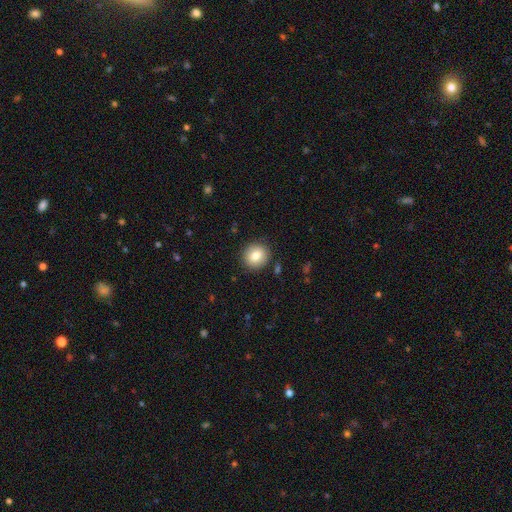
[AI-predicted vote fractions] Overall: smooth (82%). How rounded: round (83%). Merging: none (89%).